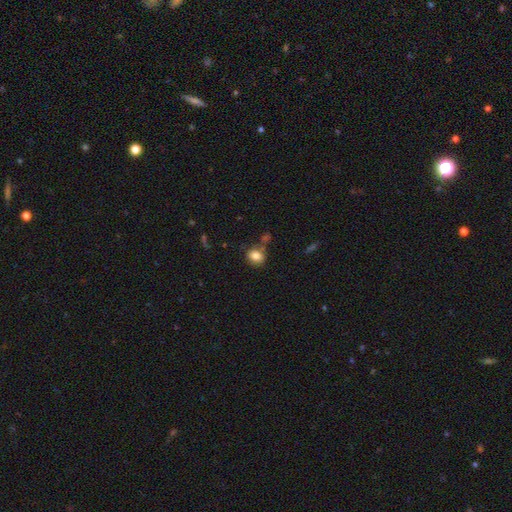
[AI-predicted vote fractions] Smooth or featured? Predicted: smooth (p=0.82). How rounded? Predicted: round (p=0.53). Merging? Predicted: none (p=0.71).